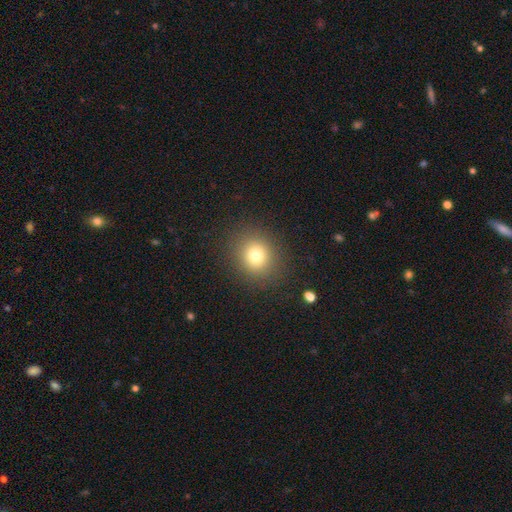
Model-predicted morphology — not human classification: Smooth or featured? Predicted: smooth (p=0.77). How rounded? Predicted: round (p=0.77). Merging? Predicted: none (p=0.88).